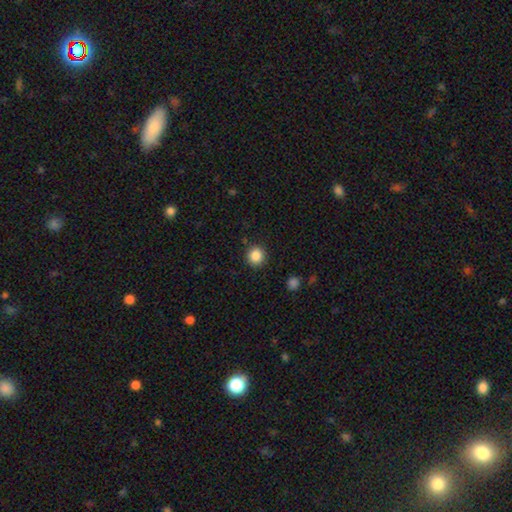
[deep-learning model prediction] smooth_or_featured: smooth (p=0.86) [alt: star or artifact p=0.10]
how_rounded: round (p=0.92) [alt: in between p=0.07]
merging: none (p=0.90) [alt: minor disturbance p=0.06]